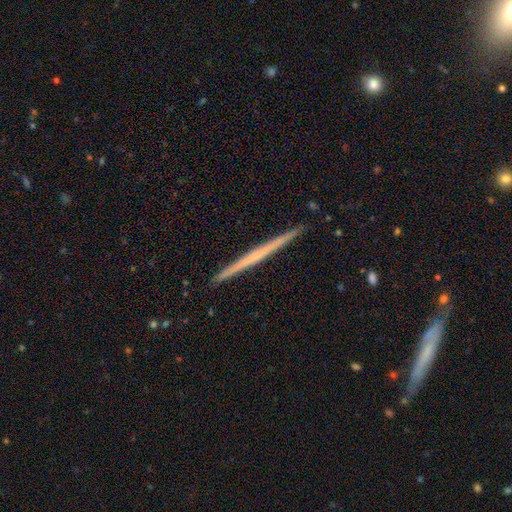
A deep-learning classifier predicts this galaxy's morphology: Q: Smooth or featured?
A: featured or disk (57%); runner-up: smooth (37%)
Q: Edge-on disk?
A: yes (98%); runner-up: no (2%)
Q: Edge-on bulge?
A: none (89%); runner-up: rounded (8%)
Q: Merging?
A: none (93%); runner-up: minor disturbance (5%)